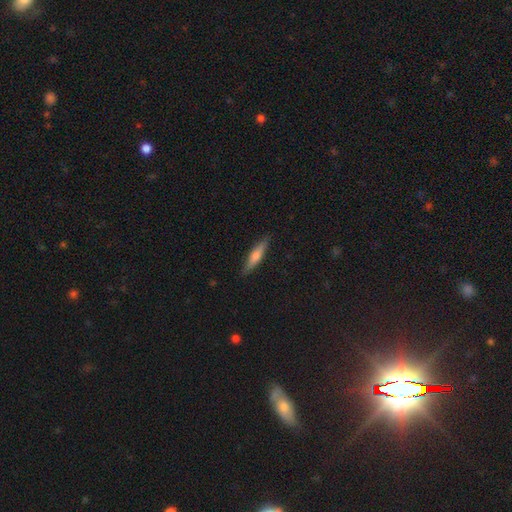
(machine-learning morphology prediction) smooth-or-featured: smooth: 53% | featured or disk: 41% | star or artifact: 6%
  how-rounded: cigar-shaped: 85% | in between: 13% | round: 2%
  merging: none: 88% | minor disturbance: 9% | major disturbance: 2% | merger: 1%